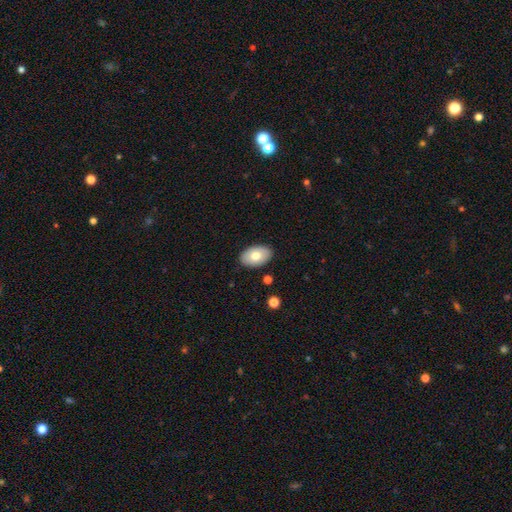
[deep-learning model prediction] smooth_or_featured: smooth (p=0.73) [alt: featured or disk p=0.21]
how_rounded: in between (p=0.92) [alt: round p=0.07]
merging: none (p=0.88) [alt: minor disturbance p=0.09]